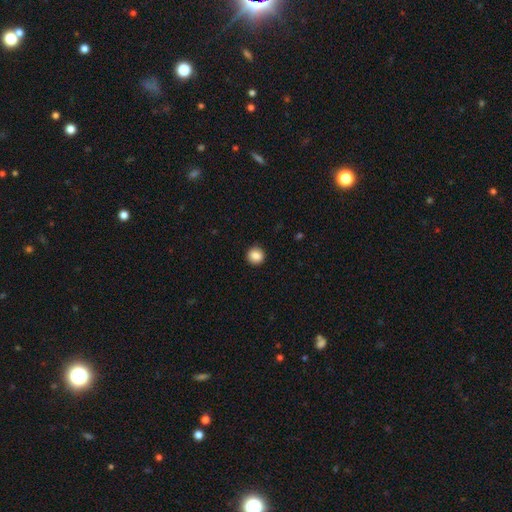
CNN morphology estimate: Overall: smooth (87%). How rounded: round (90%). Merging: none (91%).